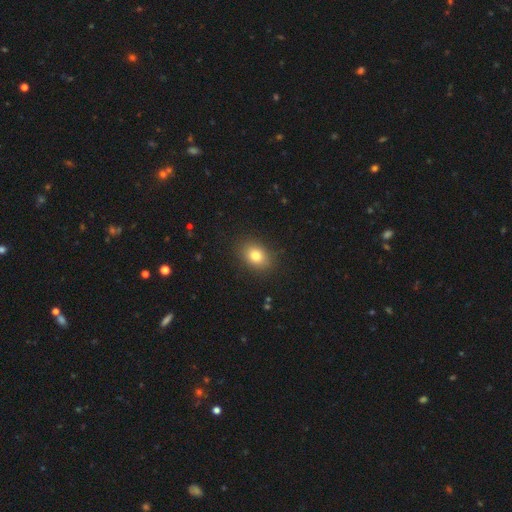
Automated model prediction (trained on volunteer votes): Smooth or featured?
  - smooth: 81% *
  - star or artifact: 10%
  - featured or disk: 9%
How rounded?
  - in between: 71% *
  - round: 28%
  - cigar-shaped: 1%
Merging?
  - none: 88% *
  - minor disturbance: 9%
  - major disturbance: 3%
  - merger: 1%